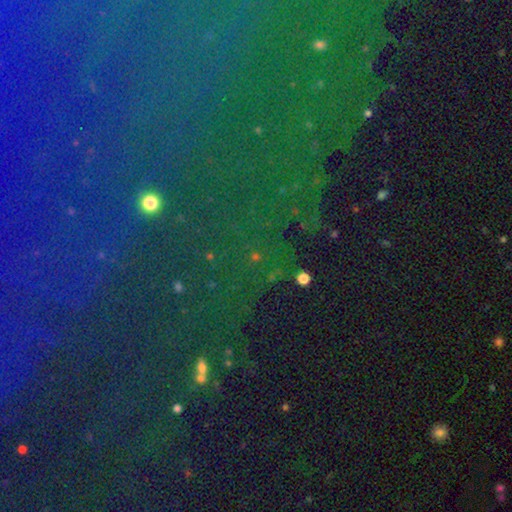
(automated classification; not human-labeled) smooth_or_featured: star or artifact (p=0.81) [alt: smooth p=0.11]